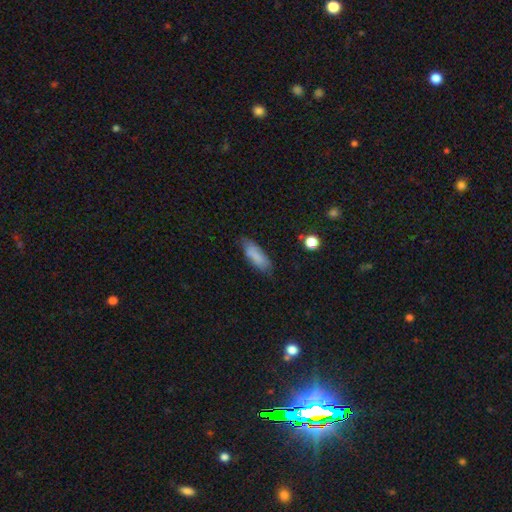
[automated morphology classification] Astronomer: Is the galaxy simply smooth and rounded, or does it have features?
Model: smooth — 82%.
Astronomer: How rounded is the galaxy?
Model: in between — 67%.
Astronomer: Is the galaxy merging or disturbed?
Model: none — 73%.